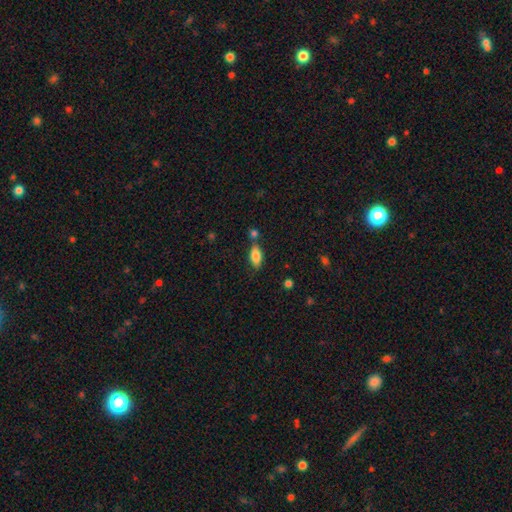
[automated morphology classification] This is clearly a smooth galaxy (80%). How rounded: clearly in between (83%). Merging: likely none (65%).